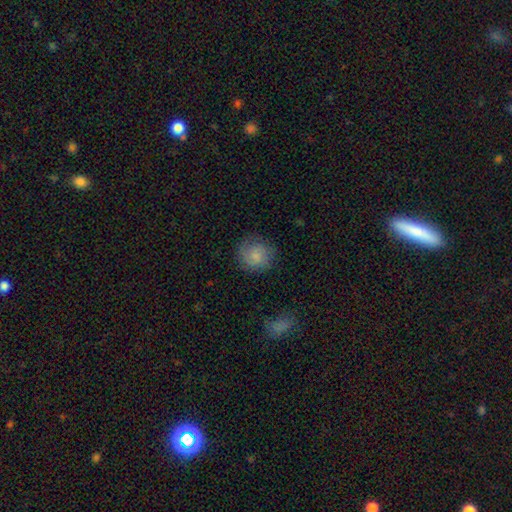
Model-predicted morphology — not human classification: Q: Smooth or featured?
A: smooth (70%); runner-up: featured or disk (22%)
Q: How rounded?
A: round (88%); runner-up: in between (11%)
Q: Merging?
A: none (80%); runner-up: minor disturbance (14%)